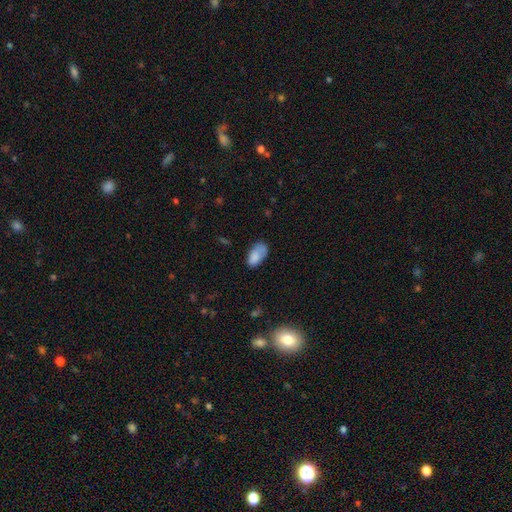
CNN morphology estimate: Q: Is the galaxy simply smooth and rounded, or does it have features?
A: smooth — 81%.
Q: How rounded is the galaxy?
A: in between — 93%.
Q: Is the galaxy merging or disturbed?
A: none — 54%.